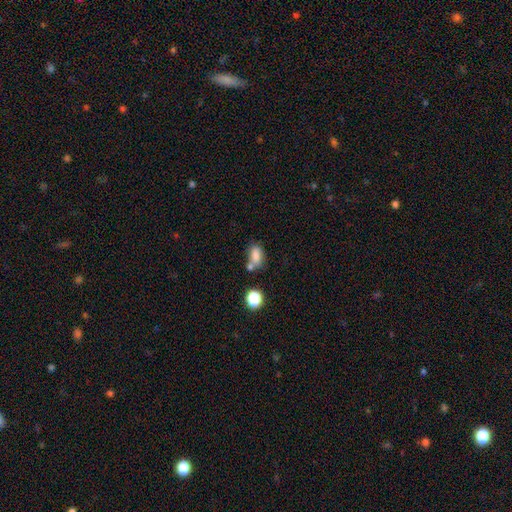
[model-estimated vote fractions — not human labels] smooth-or-featured: smooth: 79% | star or artifact: 12% | featured or disk: 9%
  how-rounded: in between: 80% | round: 15% | cigar-shaped: 4%
  merging: none: 48% | merger: 29% | minor disturbance: 17% | major disturbance: 6%